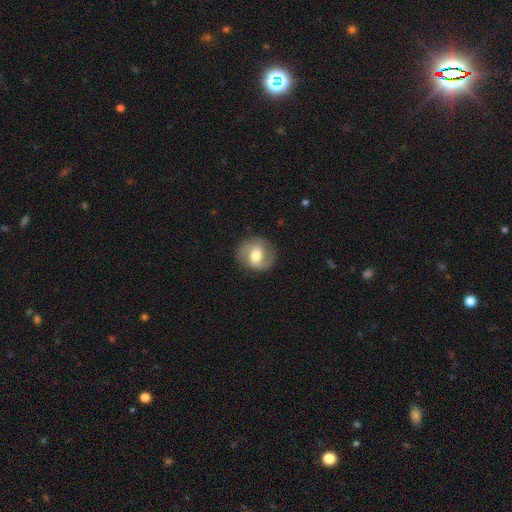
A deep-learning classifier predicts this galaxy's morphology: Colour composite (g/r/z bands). It shows a featured or disk galaxy (64%) with a weak bar (46%), 2 (87%) medium (48%) spiral arms (86%) and a moderate central bulge (66%). Merging: none (83%).